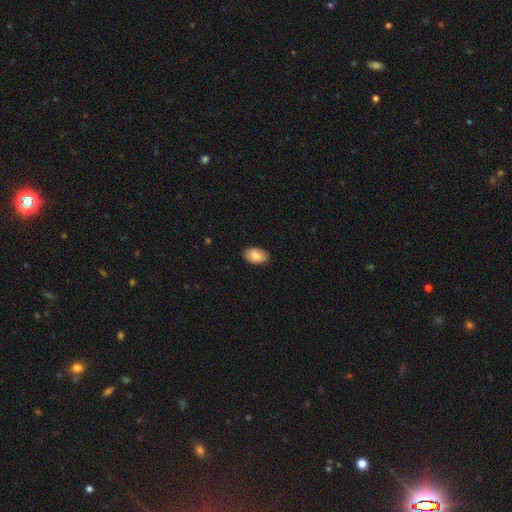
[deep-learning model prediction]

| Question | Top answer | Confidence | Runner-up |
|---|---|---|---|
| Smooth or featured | smooth | 85% | featured or disk (8%) |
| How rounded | in between | 91% | round (8%) |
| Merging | none | 85% | minor disturbance (12%) |